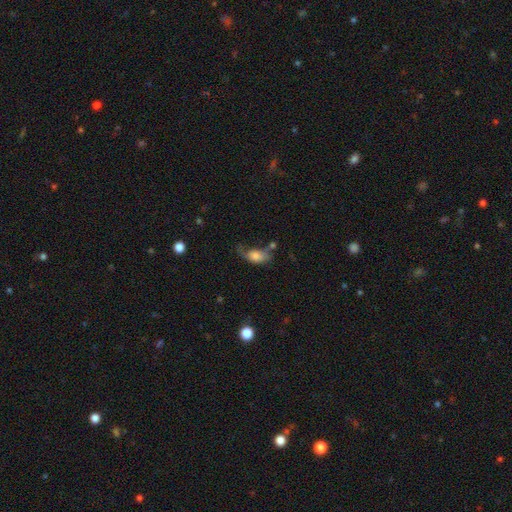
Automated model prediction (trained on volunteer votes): Q: Smooth or featured?
A: smooth (65%); runner-up: featured or disk (26%)
Q: How rounded?
A: in between (85%); runner-up: round (10%)
Q: Merging?
A: major disturbance (34%); runner-up: none (27%)